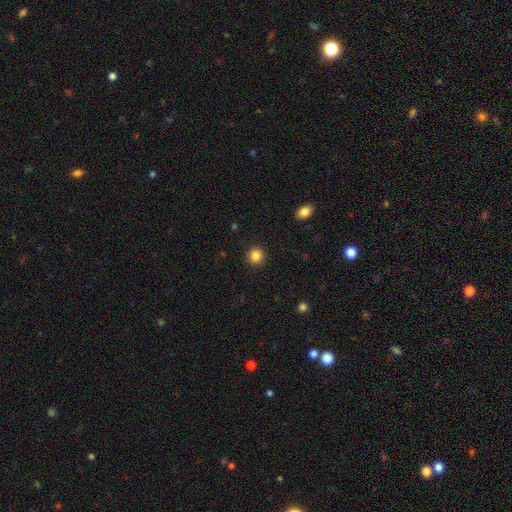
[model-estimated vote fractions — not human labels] Smooth or featured: smooth — 85% (star or artifact — 11%)
How rounded: round — 93% (in between — 6%)
Merging: none — 92% (minor disturbance — 5%)